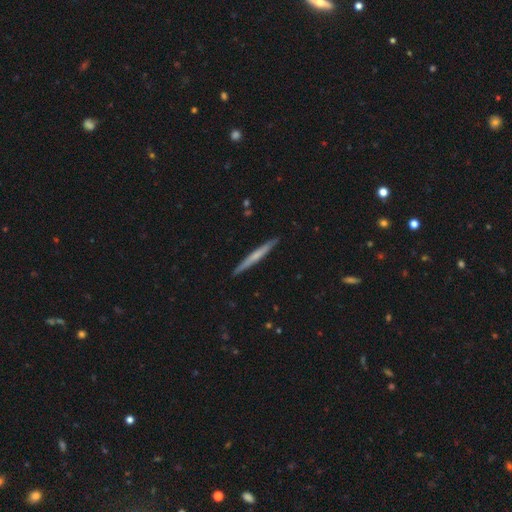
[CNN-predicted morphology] Smooth or featured? featured or disk (49%)
Merging? none (92%)